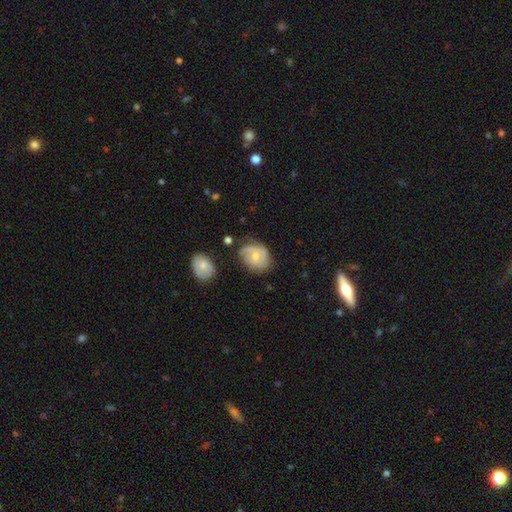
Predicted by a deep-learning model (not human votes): smooth_or_featured: smooth (p=0.48) [alt: featured or disk p=0.44]
merging: none (p=0.49) [alt: minor disturbance p=0.33]